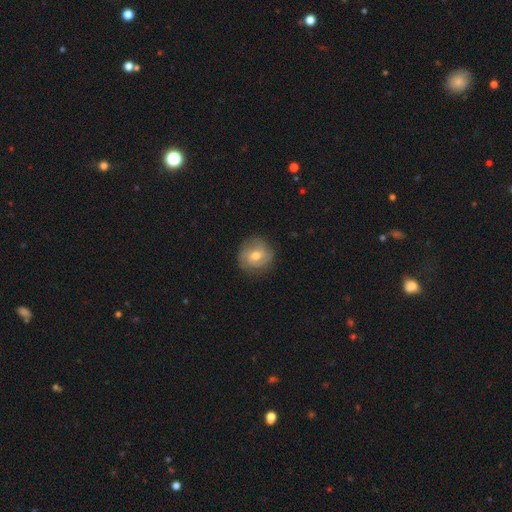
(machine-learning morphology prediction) Smooth or featured: featured or disk — 53% (smooth — 39%)
Edge-on disk: no — 97% (yes — 3%)
Bar: no — 54% (weak — 38%)
Spiral arms: yes — 80% (no — 20%)
Bulge size: moderate — 70% (small — 24%)
Merging: none — 81% (minor disturbance — 13%)